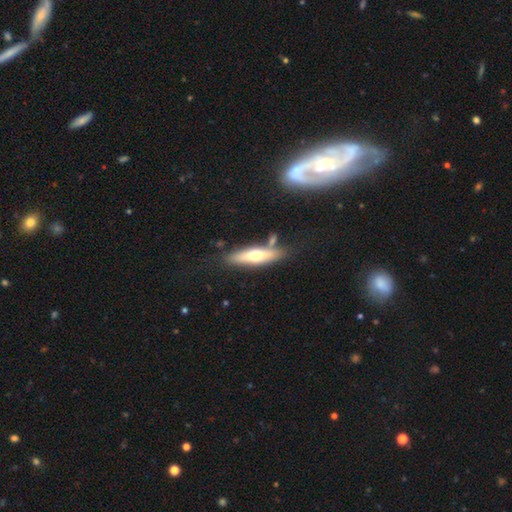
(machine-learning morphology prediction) Overall: smooth (53%; featured or disk 42%). How rounded: cigar-shaped (68%; in between 30%). Merging: none (73%).